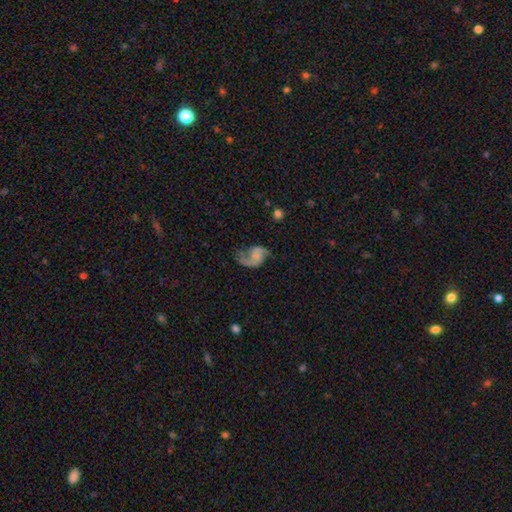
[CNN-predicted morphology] featured or disk 72%, smooth 20%, star or artifact 8%. Down the decision tree: edge-on disk — no (98%); bar — no (65%); spiral arms — yes (92%); spiral arm count — 2 (78%); spiral winding — loose (60%); bulge size — none (49%); merging — none (46%).